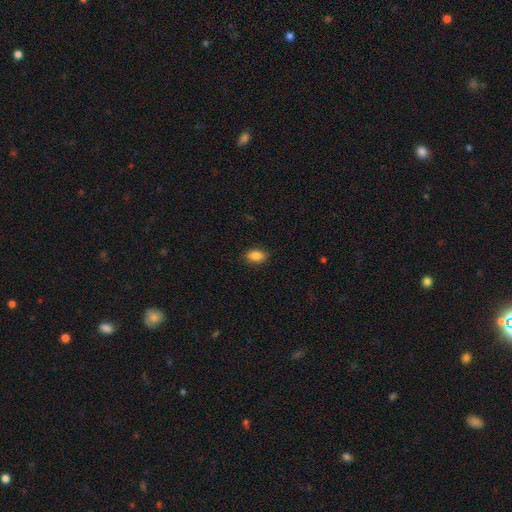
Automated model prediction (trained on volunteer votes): Q: Smooth or featured?
A: smooth (87%); runner-up: star or artifact (8%)
Q: How rounded?
A: in between (87%); runner-up: round (11%)
Q: Merging?
A: none (87%); runner-up: minor disturbance (9%)